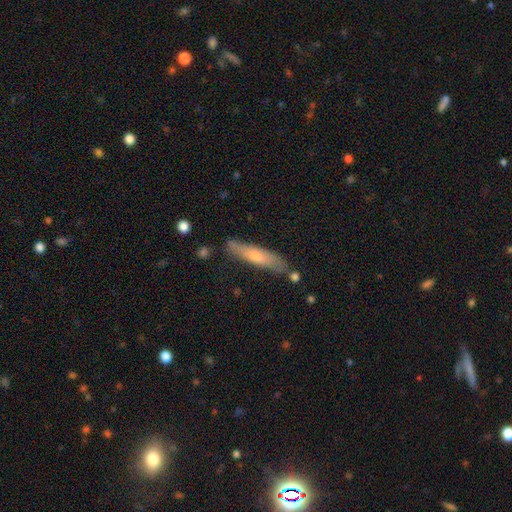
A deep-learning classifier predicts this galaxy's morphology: Smooth or featured?
  - smooth: 57% *
  - featured or disk: 37%
  - star or artifact: 6%
How rounded?
  - cigar-shaped: 84% *
  - in between: 15%
  - round: 2%
Merging?
  - none: 75% *
  - minor disturbance: 16%
  - merger: 5%
  - major disturbance: 3%